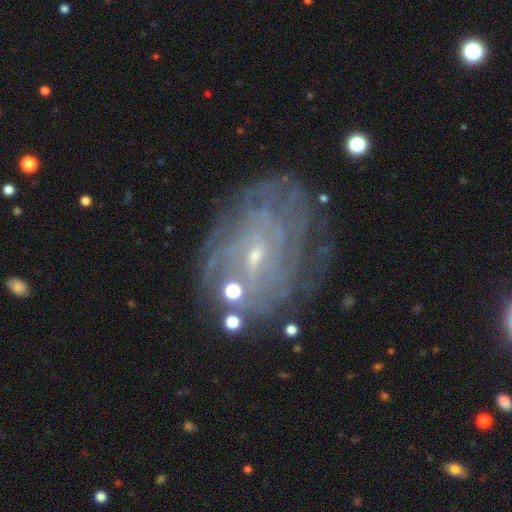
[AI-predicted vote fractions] A featured or disk galaxy (80%) with a weak bar (49%), tight (69%) spiral arms (87%) and a small central bulge (78%). Merging: none (70%).